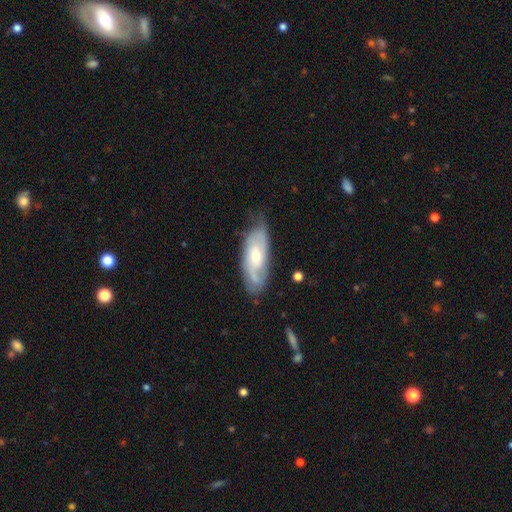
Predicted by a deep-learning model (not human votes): A featured or disk galaxy (63%) with no bar (69%), spiral arms (81%) and a moderate central bulge (58%). Merging: none (62%).